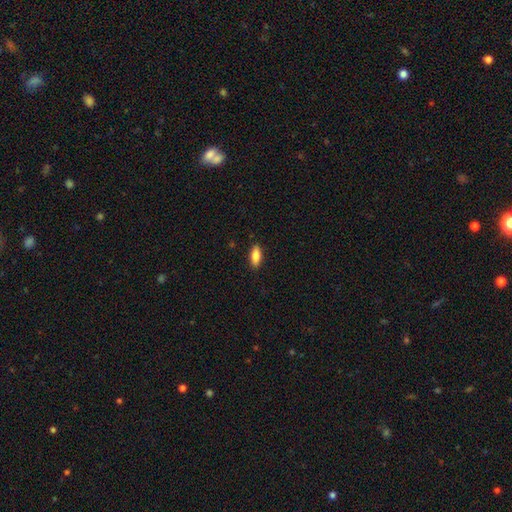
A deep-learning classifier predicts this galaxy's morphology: The model was most divided on "how rounded": in between: 80%, cigar-shaped: 18%, round: 2%. More confident: merging — none (89%); smooth or featured — smooth (85%).